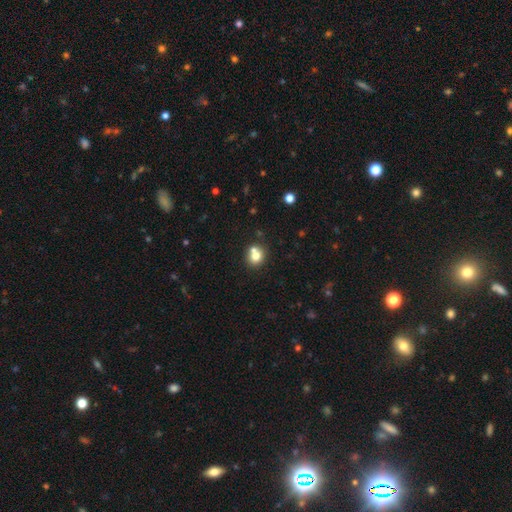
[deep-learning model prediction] smooth_or_featured: smooth (p=0.74) [alt: featured or disk p=0.14]
how_rounded: round (p=0.79) [alt: in between p=0.20]
merging: none (p=0.49) [alt: merger p=0.39]